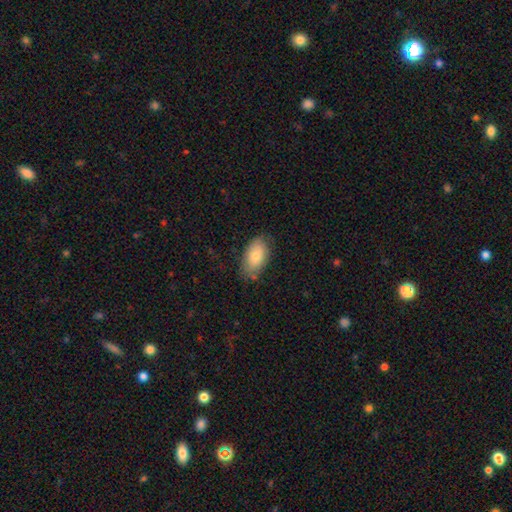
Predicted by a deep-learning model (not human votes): Smooth or featured?
  - smooth: 78% *
  - featured or disk: 15%
  - star or artifact: 6%
How rounded?
  - in between: 94% *
  - round: 4%
  - cigar-shaped: 2%
Merging?
  - none: 72% *
  - minor disturbance: 22%
  - major disturbance: 5%
  - merger: 2%